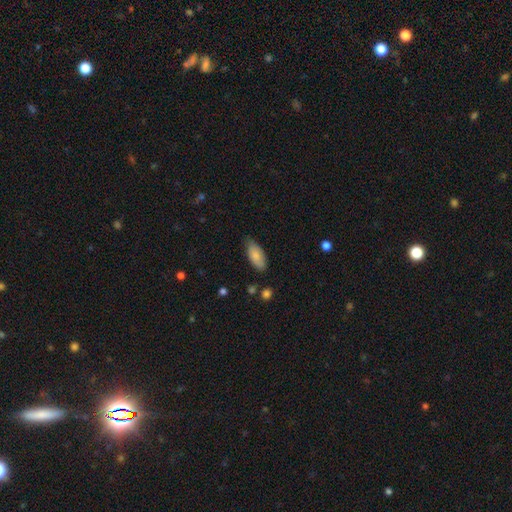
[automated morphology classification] This appears to be a smooth galaxy with no disk features (82%) that is in between round and cigar-shaped (90%). Merging: none (72%).